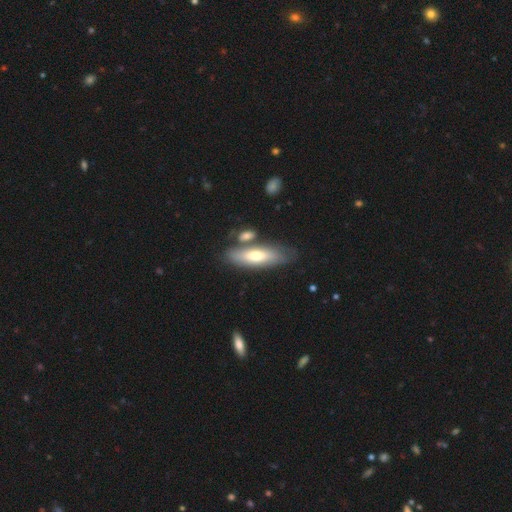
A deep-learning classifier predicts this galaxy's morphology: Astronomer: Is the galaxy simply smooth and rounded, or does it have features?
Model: smooth — 59% (runner-up: featured or disk, 35%).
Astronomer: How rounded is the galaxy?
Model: cigar-shaped — 49%, tied with in between at 49%.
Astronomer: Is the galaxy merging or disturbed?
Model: none — 66%.